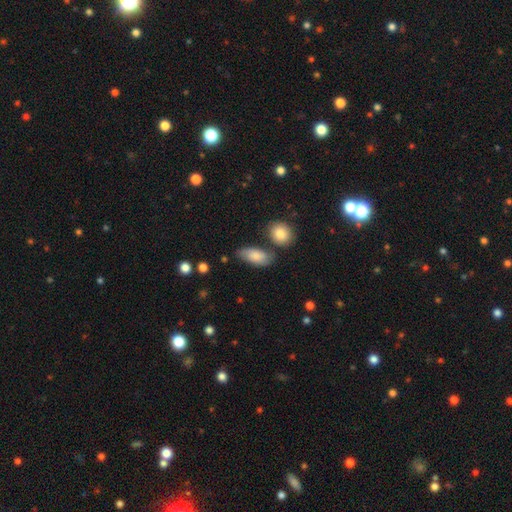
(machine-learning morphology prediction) This appears to be a smooth galaxy with no disk features (81%) that is in between round and cigar-shaped (88%). Merging: none (64%).